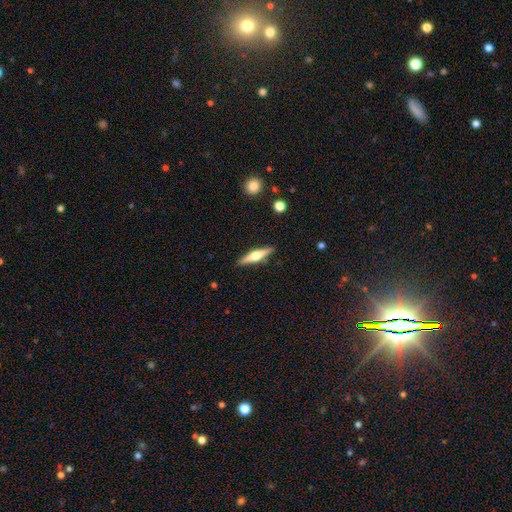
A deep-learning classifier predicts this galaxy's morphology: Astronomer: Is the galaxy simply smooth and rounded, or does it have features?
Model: featured or disk — 61%.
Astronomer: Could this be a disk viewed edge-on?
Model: yes — 96%.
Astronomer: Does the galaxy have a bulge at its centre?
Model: rounded — 91%.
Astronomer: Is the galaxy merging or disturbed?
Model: none — 89%.